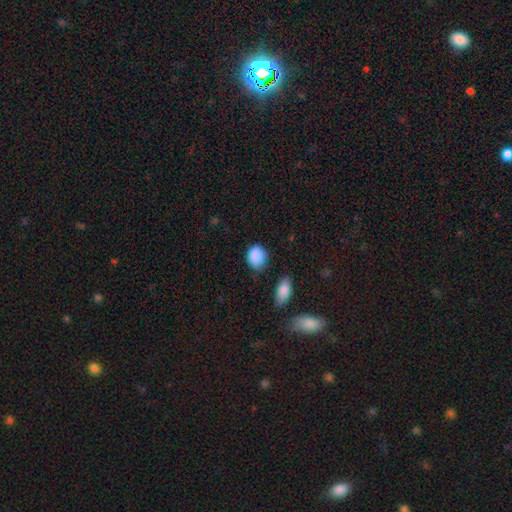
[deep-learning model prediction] Smooth or featured?
  - smooth: 88% *
  - star or artifact: 8%
  - featured or disk: 4%
How rounded?
  - in between: 54% *
  - round: 45%
  - cigar-shaped: 1%
Merging?
  - none: 66% *
  - minor disturbance: 25%
  - major disturbance: 5%
  - merger: 3%